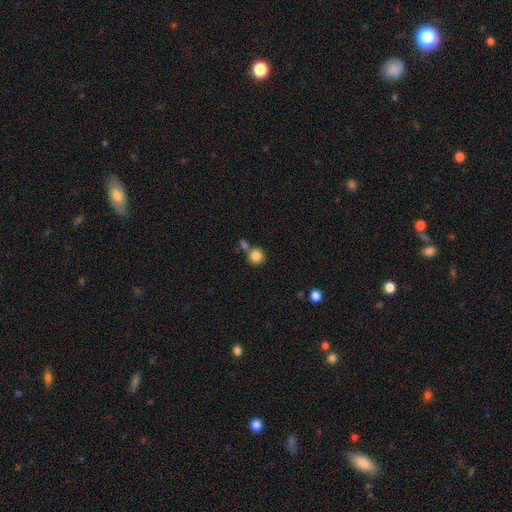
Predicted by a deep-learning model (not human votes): Smooth or featured?
  - smooth: 85% *
  - star or artifact: 10%
  - featured or disk: 6%
How rounded?
  - round: 92% *
  - in between: 7%
  - cigar-shaped: 1%
Merging?
  - none: 65% *
  - merger: 22%
  - minor disturbance: 9%
  - major disturbance: 3%